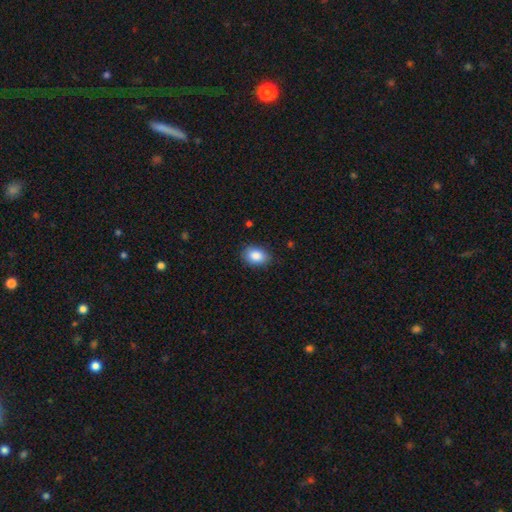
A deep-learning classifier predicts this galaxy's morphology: The model was most divided on "how rounded": in between: 77%, round: 22%, cigar-shaped: 1%. More confident: smooth or featured — smooth (87%); merging — none (85%).